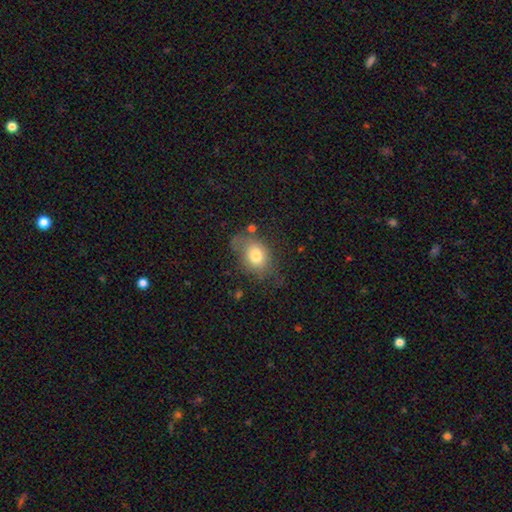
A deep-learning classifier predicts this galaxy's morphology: Smooth or featured?
  - smooth: 74% *
  - featured or disk: 16%
  - star or artifact: 10%
How rounded?
  - in between: 64% *
  - round: 35%
  - cigar-shaped: 1%
Merging?
  - none: 53% *
  - minor disturbance: 27%
  - major disturbance: 16%
  - merger: 4%